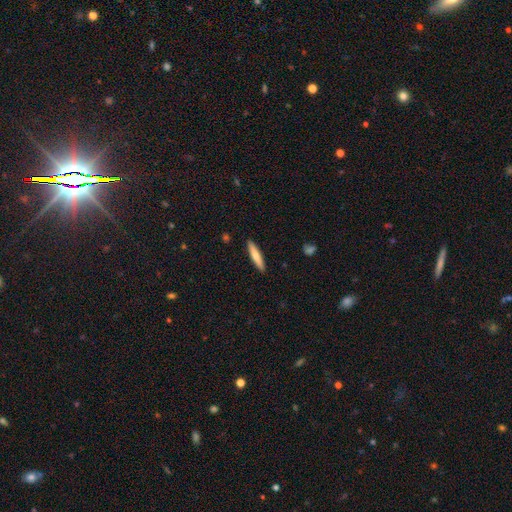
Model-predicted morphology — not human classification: type=smooth (71%); roundness=cigar-shaped (91%); merging=none (91%).